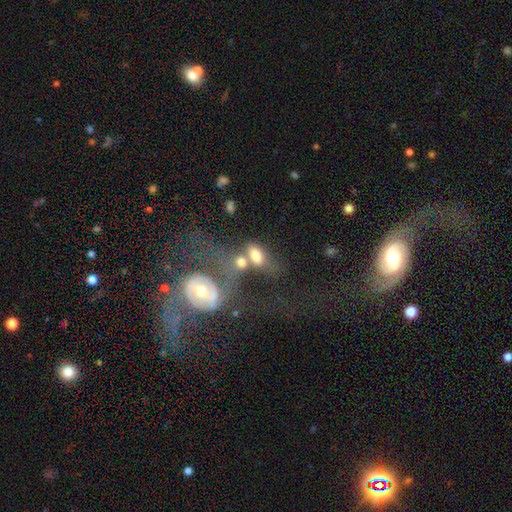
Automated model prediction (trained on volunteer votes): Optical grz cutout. It shows a smooth galaxy with no disk features (64%) that is in between round and cigar-shaped (84%). Merging: merger (51%).